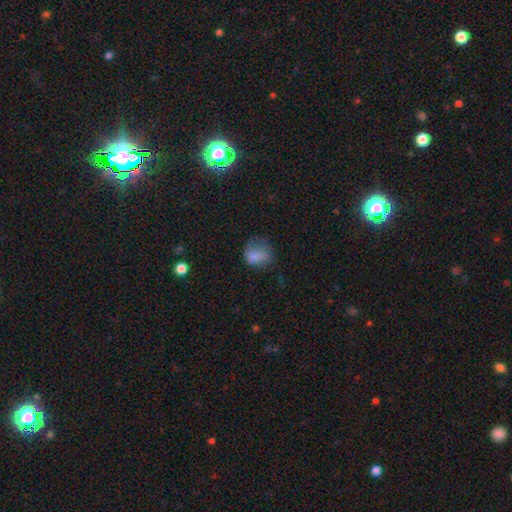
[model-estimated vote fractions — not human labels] Smooth or featured? smooth (76%)
How rounded? round (53%)
Merging? none (40%)